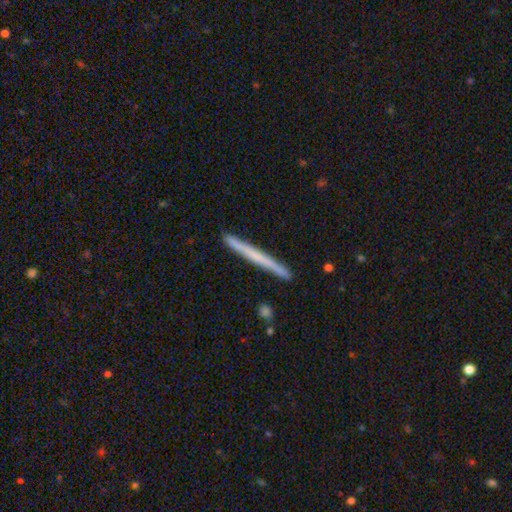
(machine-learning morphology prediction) A smooth galaxy with no disk features (49%).

Vote fractions:
- Smooth or featured? smooth: 49% / featured or disk: 45% / star or artifact: 5%
- Merging? none: 91% / minor disturbance: 6% / merger: 1% / major disturbance: 1%